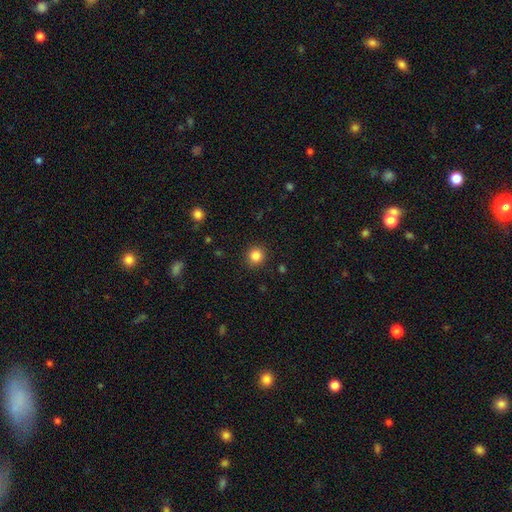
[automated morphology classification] smooth 85%, star or artifact 11%, featured or disk 4%. Down the decision tree: how rounded — round (91%); merging — none (91%).